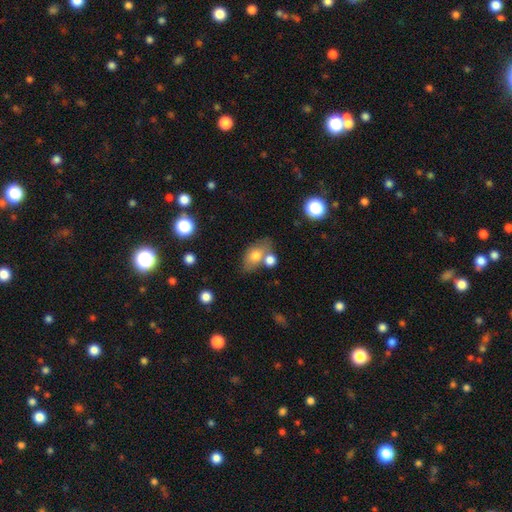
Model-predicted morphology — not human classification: Q: Smooth or featured?
A: smooth (73%); runner-up: featured or disk (18%)
Q: How rounded?
A: in between (80%); runner-up: round (16%)
Q: Merging?
A: none (50%); runner-up: merger (28%)